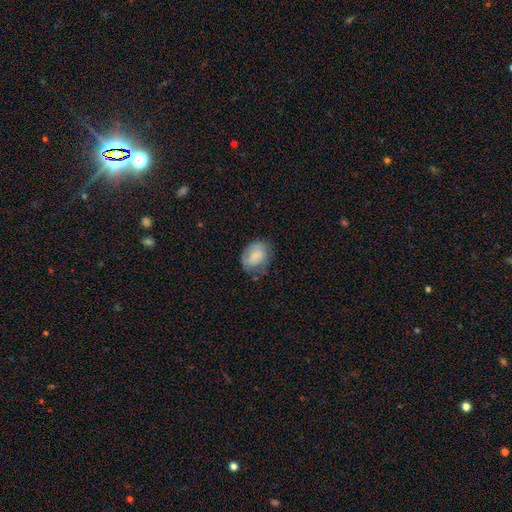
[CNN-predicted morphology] smooth 71%, featured or disk 21%, star or artifact 8%. Down the decision tree: how rounded — in between (56%); merging — none (60%).